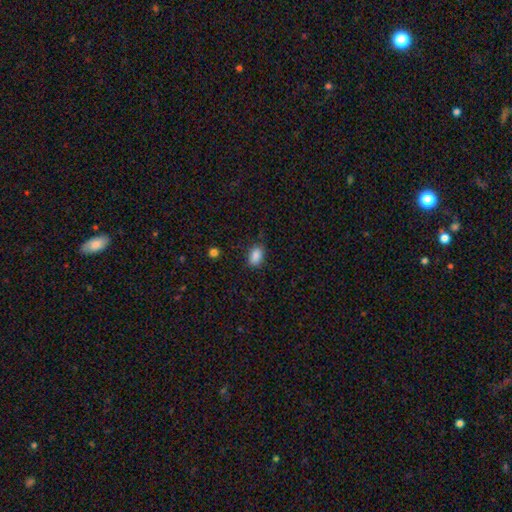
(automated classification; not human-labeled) Q: Smooth or featured?
A: smooth (87%); runner-up: star or artifact (9%)
Q: How rounded?
A: in between (86%); runner-up: round (12%)
Q: Merging?
A: none (79%); runner-up: minor disturbance (16%)